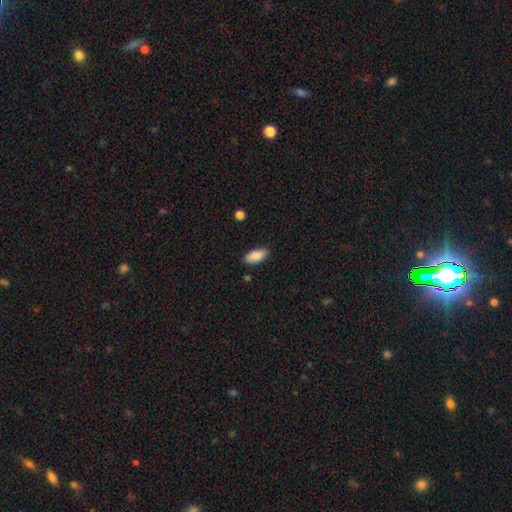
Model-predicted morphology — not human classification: Smooth or featured? Predicted: smooth (p=0.86). How rounded? Predicted: in between (p=0.86). Merging? Predicted: none (p=0.85).